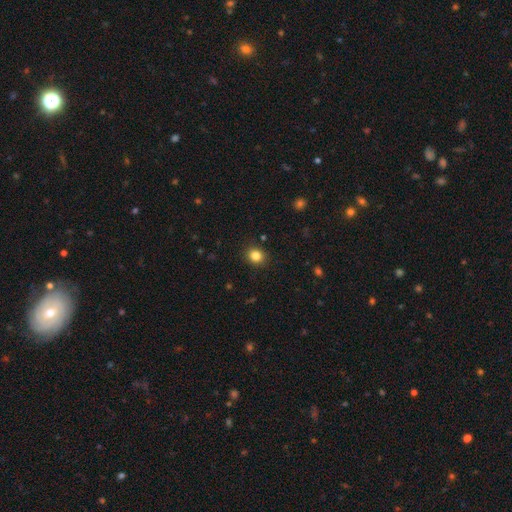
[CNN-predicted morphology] Smooth or featured?
  - smooth: 83% *
  - star or artifact: 12%
  - featured or disk: 5%
How rounded?
  - round: 78% *
  - in between: 21%
  - cigar-shaped: 1%
Merging?
  - none: 90% *
  - minor disturbance: 7%
  - major disturbance: 2%
  - merger: 1%